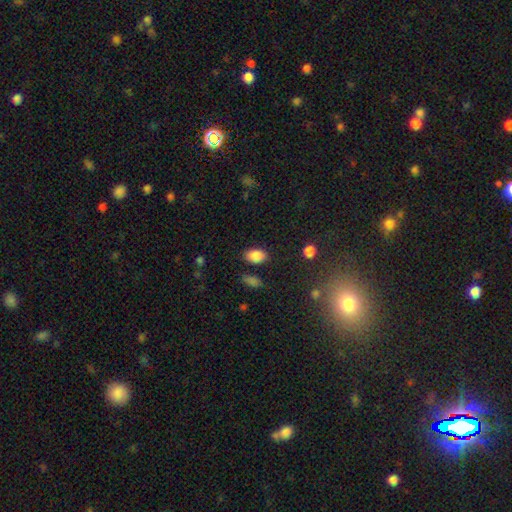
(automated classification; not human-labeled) A smooth galaxy with no disk features (87%) that is in between round and cigar-shaped (89%).

Vote fractions:
- Smooth or featured? smooth: 87% / star or artifact: 8% / featured or disk: 5%
- How rounded? in between: 89% / round: 10% / cigar-shaped: 1%
- Merging? none: 83% / minor disturbance: 11% / merger: 3% / major disturbance: 3%